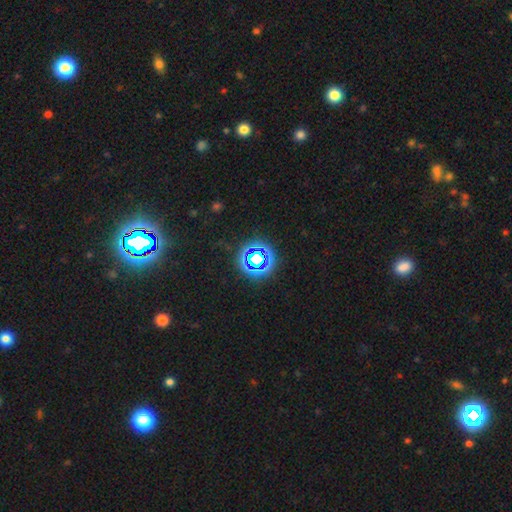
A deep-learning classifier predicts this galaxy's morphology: type=star or artifact (71%).